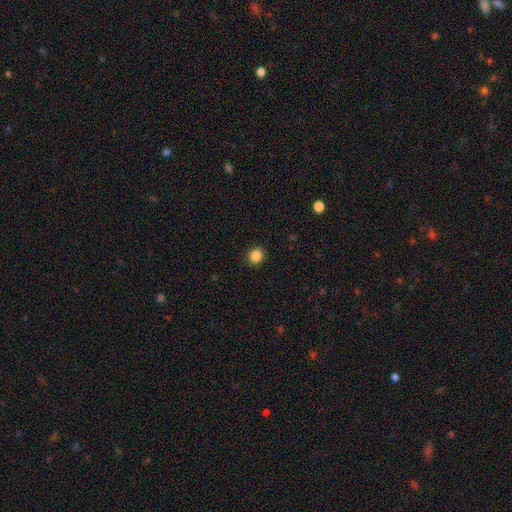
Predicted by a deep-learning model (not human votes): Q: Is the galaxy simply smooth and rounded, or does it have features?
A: smooth — 86%.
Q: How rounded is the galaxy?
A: round — 82%.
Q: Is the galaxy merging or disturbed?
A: none — 91%.